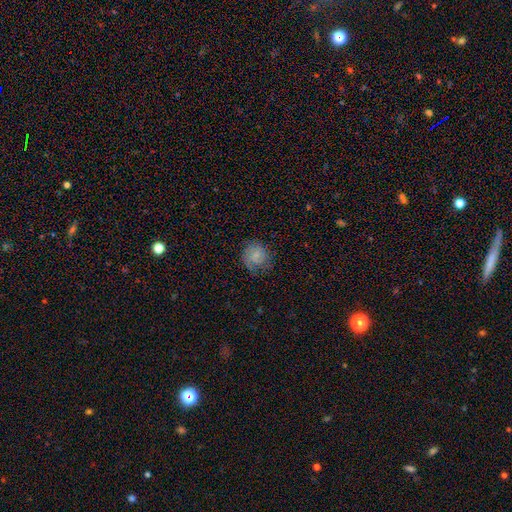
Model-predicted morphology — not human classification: smooth-or-featured: smooth: 61% | featured or disk: 29% | star or artifact: 9%
  how-rounded: round: 80% | in between: 19% | cigar-shaped: 1%
  merging: none: 65% | minor disturbance: 24% | major disturbance: 10% | merger: 1%